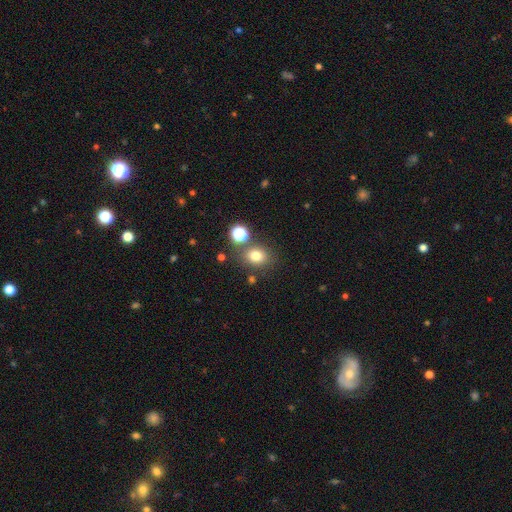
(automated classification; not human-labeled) Smooth or featured? smooth (76%)
How rounded? round (58%)
Merging? none (75%)